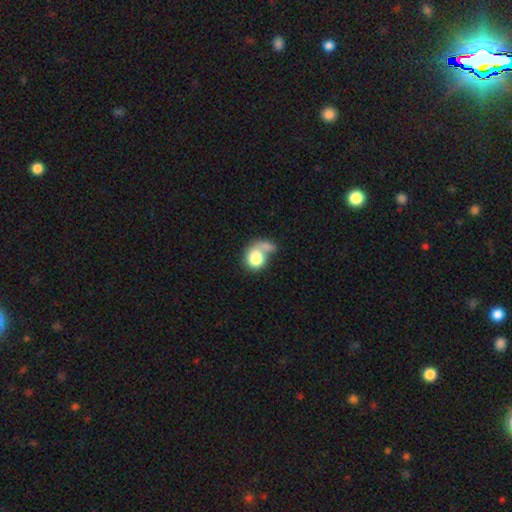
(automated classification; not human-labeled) smooth-or-featured: smooth: 74% | featured or disk: 18% | star or artifact: 8%
  how-rounded: round: 59% | in between: 40% | cigar-shaped: 1%
  merging: merger: 40% | none: 23% | major disturbance: 22% | minor disturbance: 14%